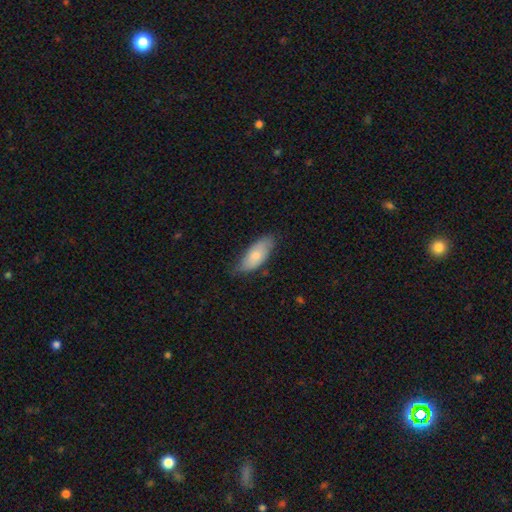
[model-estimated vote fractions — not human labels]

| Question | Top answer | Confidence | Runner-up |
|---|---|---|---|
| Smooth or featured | smooth | 76% | featured or disk (18%) |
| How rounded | in between | 82% | cigar-shaped (16%) |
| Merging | none | 68% | minor disturbance (27%) |